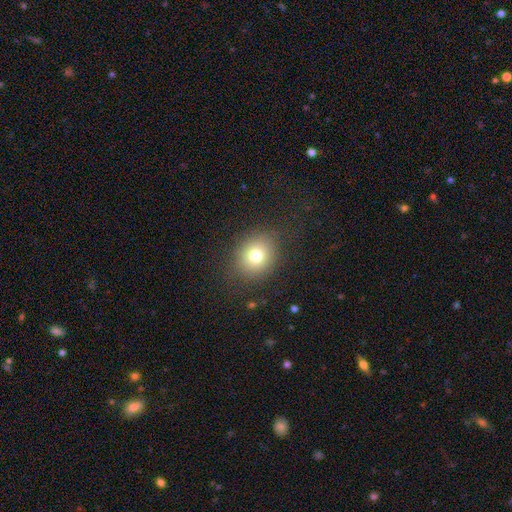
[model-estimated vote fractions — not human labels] Smooth or featured? Predicted: smooth (p=0.76). How rounded? Predicted: round (p=0.67). Merging? Predicted: none (p=0.83).